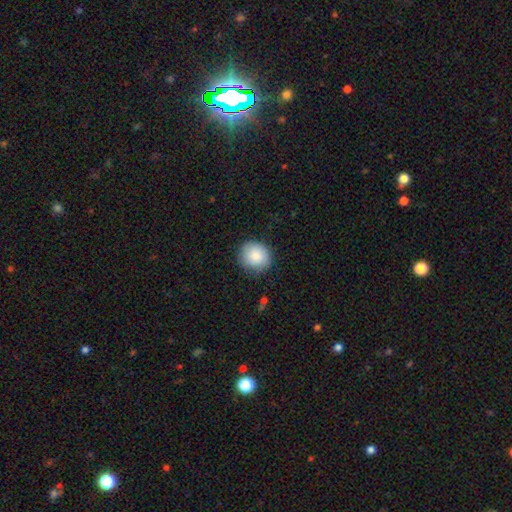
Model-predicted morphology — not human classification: Smooth or featured? smooth (82%)
How rounded? round (85%)
Merging? none (83%)